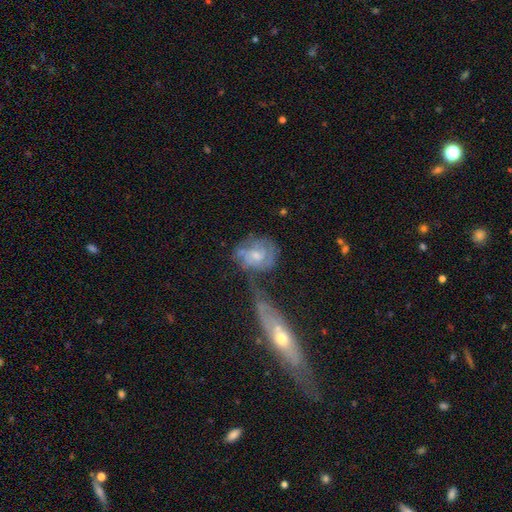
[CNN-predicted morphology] Q: Smooth or featured?
A: featured or disk (70%); runner-up: smooth (22%)
Q: Edge-on disk?
A: no (97%); runner-up: yes (3%)
Q: Bar?
A: no (56%); runner-up: weak (37%)
Q: Spiral arms?
A: yes (84%); runner-up: no (16%)
Q: Spiral winding?
A: tight (55%); runner-up: medium (34%)
Q: Spiral arm count?
A: can't tell (43%); runner-up: 2 (30%)
Q: Bulge size?
A: moderate (43%); tied with: small (43%)
Q: Merging?
A: merger (34%); runner-up: none (32%)